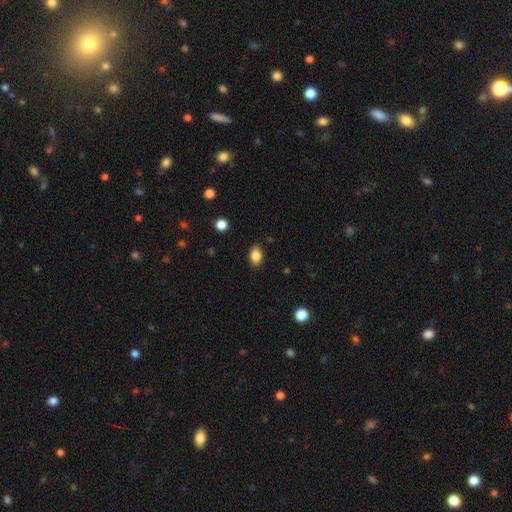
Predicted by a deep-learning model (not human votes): Q: Smooth or featured?
A: smooth (85%); runner-up: star or artifact (9%)
Q: How rounded?
A: in between (85%); runner-up: round (14%)
Q: Merging?
A: none (88%); runner-up: minor disturbance (9%)